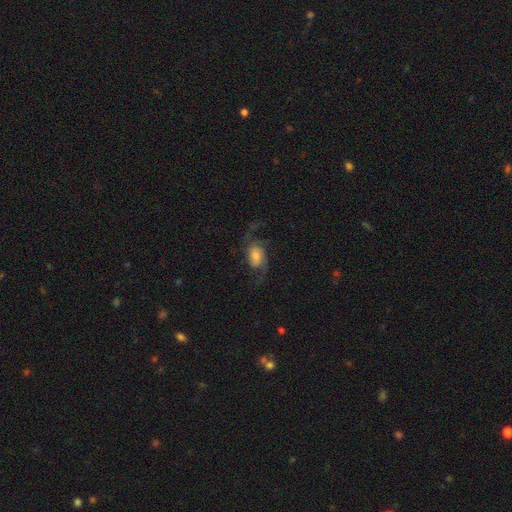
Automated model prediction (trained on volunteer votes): Overall: featured or disk (74%). Edge-on disk: no (97%). Bar: no (57%; weak 35%). Spiral arms: yes (95%). Spiral arm count: 2 (84%). Spiral winding: loose (56%; medium 36%). Bulge size: moderate (35%; small 29%). Merging: none (64%).